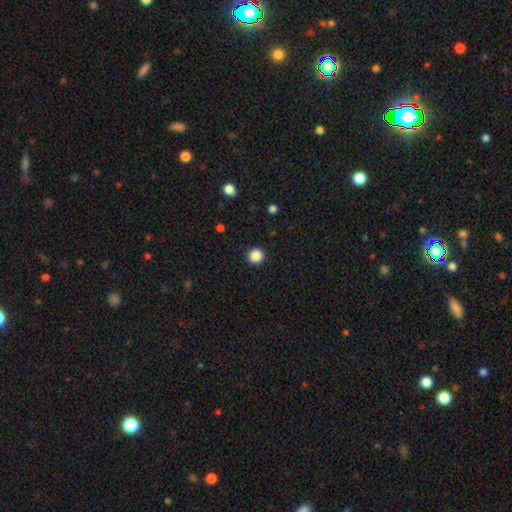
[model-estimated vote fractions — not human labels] Overall: smooth (87%). How rounded: round (94%). Merging: none (92%).